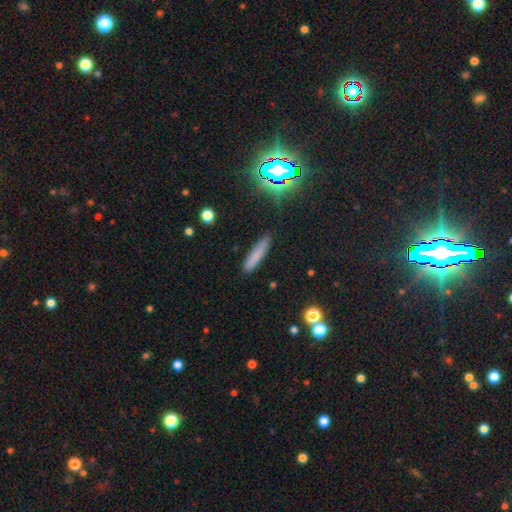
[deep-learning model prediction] smooth-or-featured: smooth: 77% | star or artifact: 12% | featured or disk: 11%
  how-rounded: cigar-shaped: 85% | in between: 13% | round: 2%
  merging: none: 86% | minor disturbance: 10% | major disturbance: 2% | merger: 2%